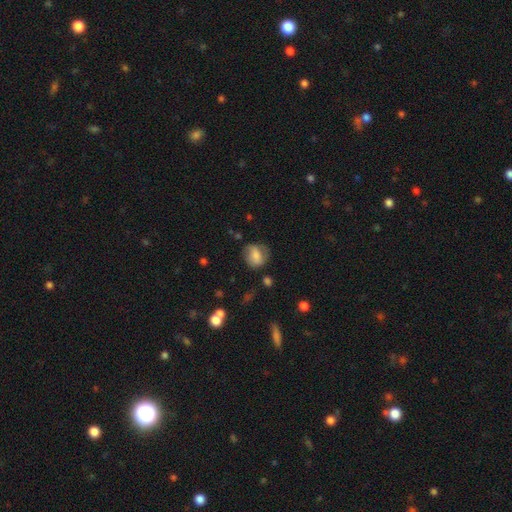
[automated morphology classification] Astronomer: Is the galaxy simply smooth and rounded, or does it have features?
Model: smooth — 66%.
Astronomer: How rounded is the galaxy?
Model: round — 59% (runner-up: in between, 40%).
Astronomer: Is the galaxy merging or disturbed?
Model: none — 62%.